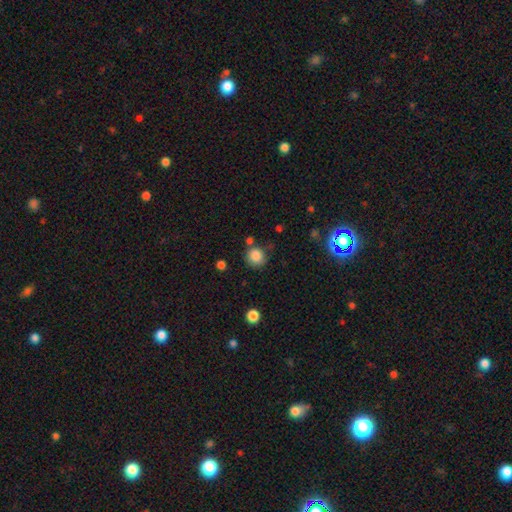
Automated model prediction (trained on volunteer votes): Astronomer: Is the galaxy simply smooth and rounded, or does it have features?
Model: smooth — 85%.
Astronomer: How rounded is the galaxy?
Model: round — 91%.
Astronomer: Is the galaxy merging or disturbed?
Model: none — 72%.